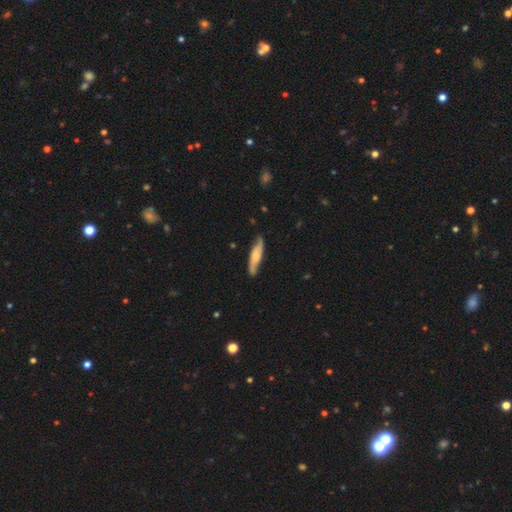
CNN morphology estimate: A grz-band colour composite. It shows a featured or disk galaxy (54%) viewed edge-on (52%). Merging: none (80%).